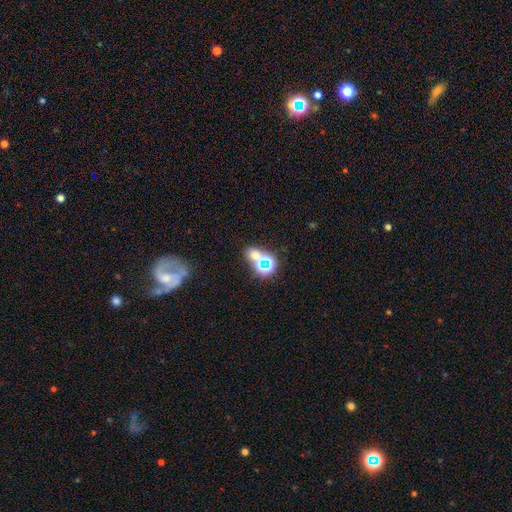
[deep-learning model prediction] Overall: smooth (46%; star or artifact 42%). Merging: none (53%; merger 34%).